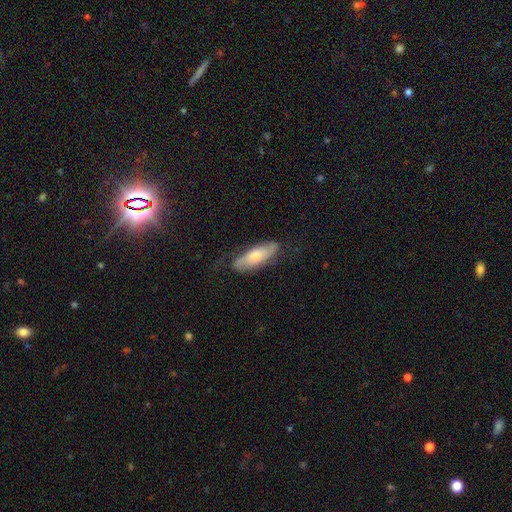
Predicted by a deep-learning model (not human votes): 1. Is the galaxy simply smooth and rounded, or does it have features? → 57% smooth, 37% featured or disk, 6% star or artifact.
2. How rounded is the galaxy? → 61% in between, 37% cigar-shaped, 2% round.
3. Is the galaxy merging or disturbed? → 68% none, 22% minor disturbance, 8% major disturbance, 1% merger.